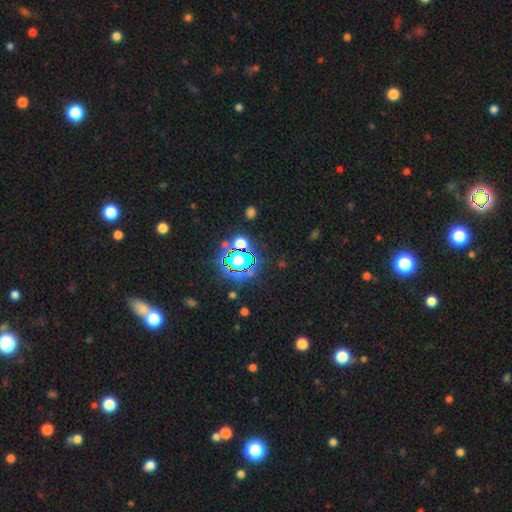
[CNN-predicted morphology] Overall: star or artifact (80%).